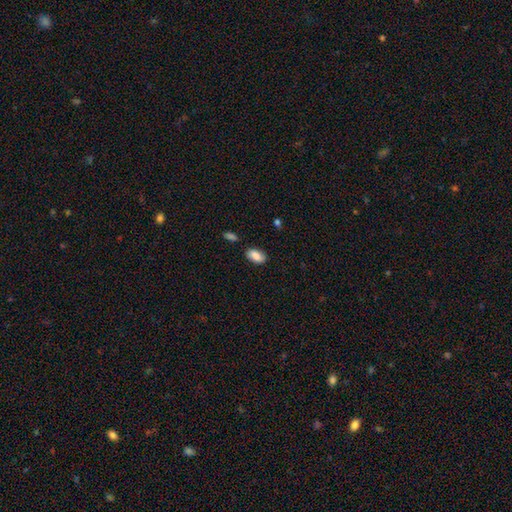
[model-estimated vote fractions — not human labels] This is clearly a smooth galaxy (84%). How rounded: clearly in between (92%). Merging: likely none (78%).